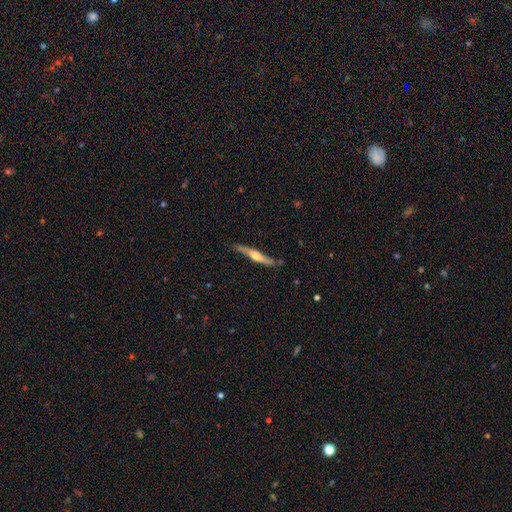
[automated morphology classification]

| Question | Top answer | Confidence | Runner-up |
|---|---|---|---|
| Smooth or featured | featured or disk | 61% | smooth (34%) |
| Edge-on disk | yes | 95% | no (5%) |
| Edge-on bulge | rounded | 88% | none (7%) |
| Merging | none | 80% | minor disturbance (15%) |